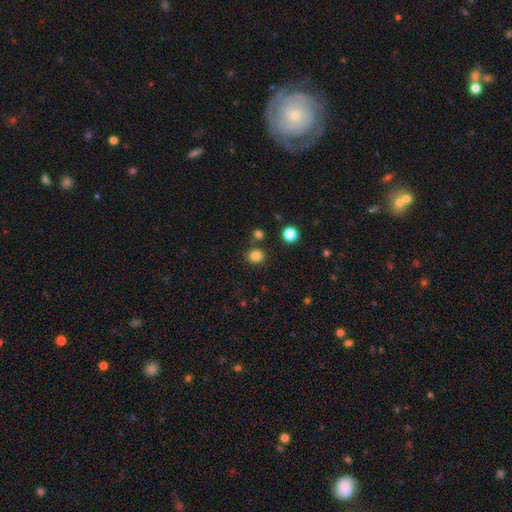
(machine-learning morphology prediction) Q: Smooth or featured?
A: smooth (83%); runner-up: star or artifact (13%)
Q: How rounded?
A: round (86%); runner-up: in between (14%)
Q: Merging?
A: none (82%); runner-up: minor disturbance (8%)